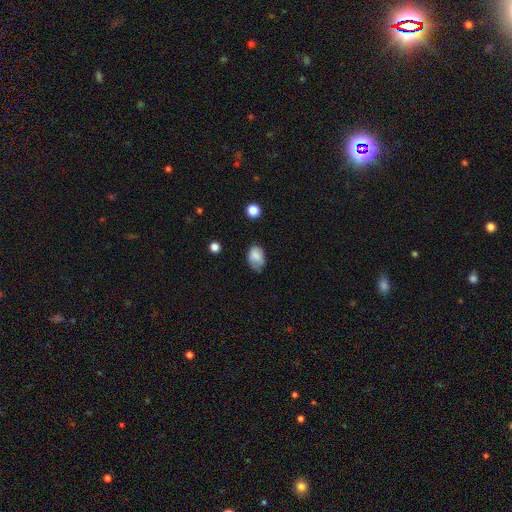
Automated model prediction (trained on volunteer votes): smooth-or-featured: smooth: 81% | featured or disk: 10% | star or artifact: 9%
  how-rounded: in between: 79% | round: 20% | cigar-shaped: 1%
  merging: none: 52% | minor disturbance: 35% | major disturbance: 10% | merger: 2%